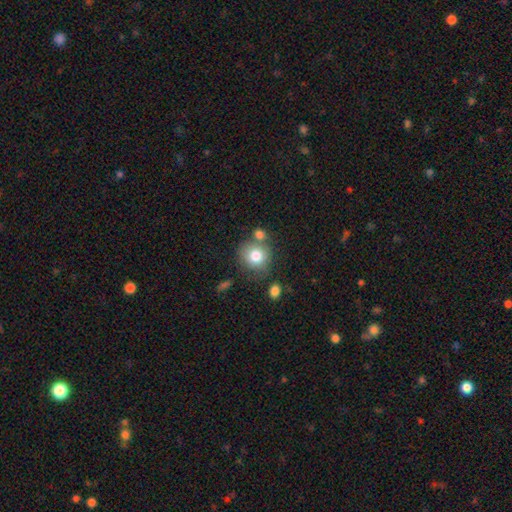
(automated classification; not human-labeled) smooth-or-featured: smooth: 78% | featured or disk: 11% | star or artifact: 10%
  how-rounded: round: 86% | in between: 13% | cigar-shaped: 1%
  merging: none: 66% | merger: 17% | minor disturbance: 13% | major disturbance: 4%